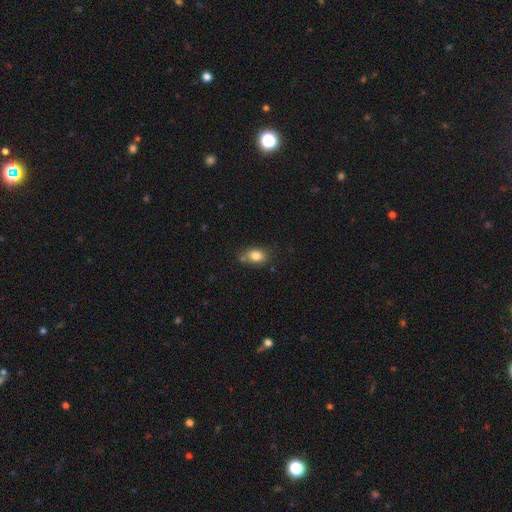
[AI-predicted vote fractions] Smooth or featured? smooth (82%)
How rounded? in between (73%)
Merging? none (67%)